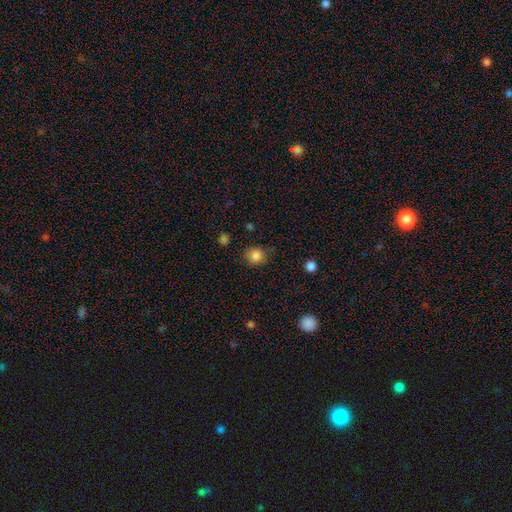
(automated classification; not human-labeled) A smooth galaxy with no disk features (85%) that is round (83%). Merging: none (82%).